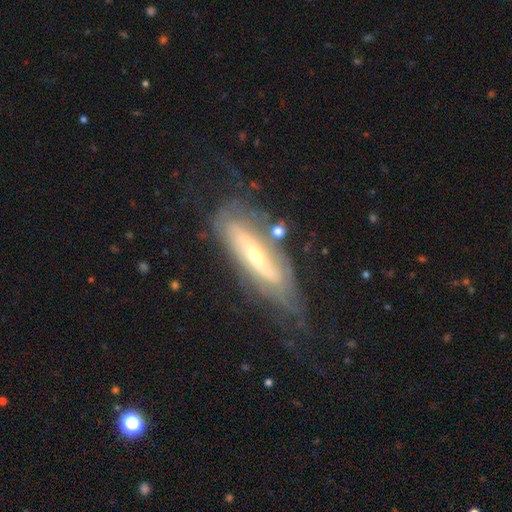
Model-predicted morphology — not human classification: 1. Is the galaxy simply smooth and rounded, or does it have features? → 76% featured or disk, 18% smooth, 7% star or artifact.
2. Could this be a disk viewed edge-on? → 68% no, 32% yes.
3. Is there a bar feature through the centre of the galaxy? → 46% no, 29% strong, 25% weak.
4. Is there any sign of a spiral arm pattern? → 70% yes, 30% no.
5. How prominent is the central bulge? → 57% small, 39% moderate, 2% large, 1% none, 1% dominant.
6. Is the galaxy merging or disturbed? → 55% none, 25% minor disturbance, 16% major disturbance, 4% merger.